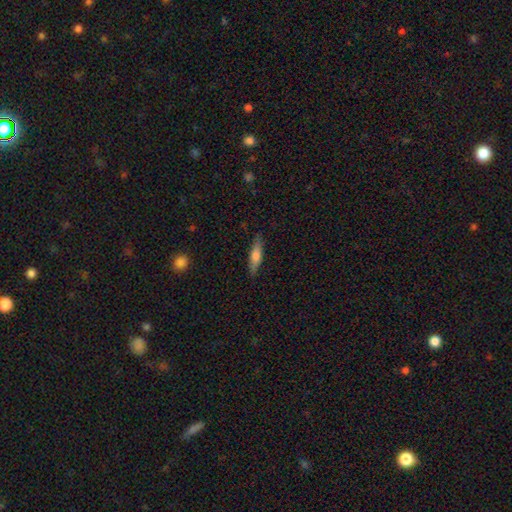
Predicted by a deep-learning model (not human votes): This appears to be a smooth galaxy with no disk features (64%) that is cigar-shaped (71%). Merging: none (86%).